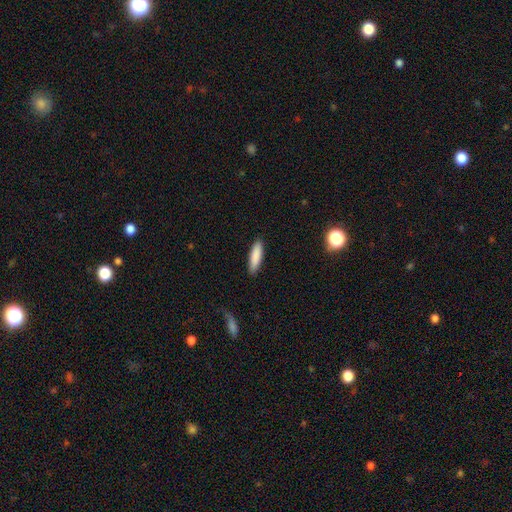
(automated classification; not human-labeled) Q: Smooth or featured?
A: smooth (87%); runner-up: featured or disk (7%)
Q: How rounded?
A: cigar-shaped (66%); runner-up: in between (33%)
Q: Merging?
A: none (89%); runner-up: minor disturbance (8%)